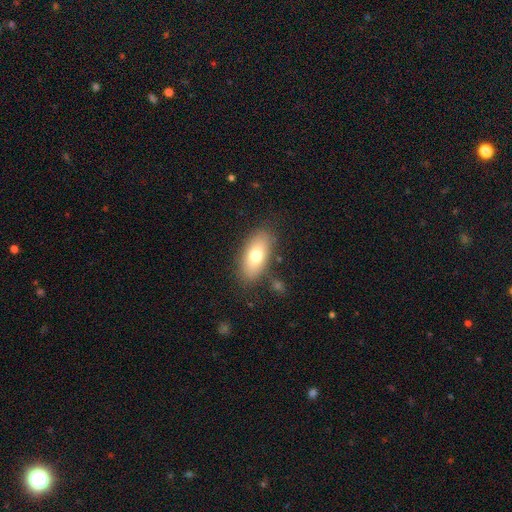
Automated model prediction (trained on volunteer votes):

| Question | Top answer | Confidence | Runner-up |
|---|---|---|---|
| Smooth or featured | smooth | 73% | featured or disk (19%) |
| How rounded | in between | 87% | cigar-shaped (9%) |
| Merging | none | 81% | minor disturbance (12%) |